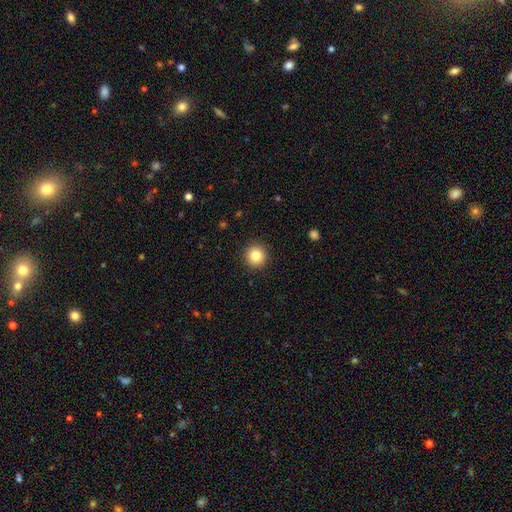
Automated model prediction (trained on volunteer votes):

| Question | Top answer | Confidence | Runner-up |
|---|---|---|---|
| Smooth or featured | smooth | 83% | star or artifact (10%) |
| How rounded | round | 95% | in between (4%) |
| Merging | none | 92% | minor disturbance (5%) |